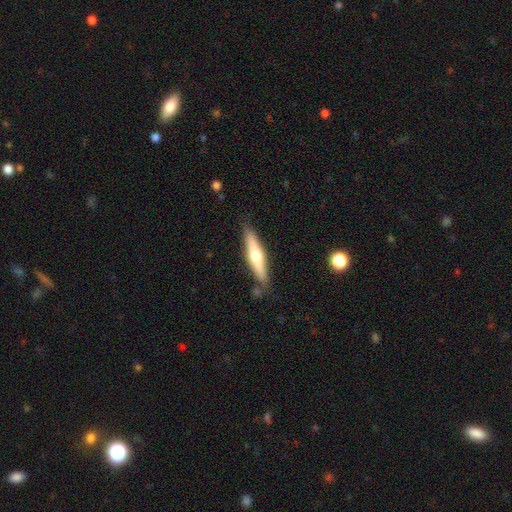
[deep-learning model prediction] Smooth or featured? Predicted: featured or disk (p=0.50). Edge-on disk? Predicted: yes (p=0.93). Merging? Predicted: none (p=0.83).